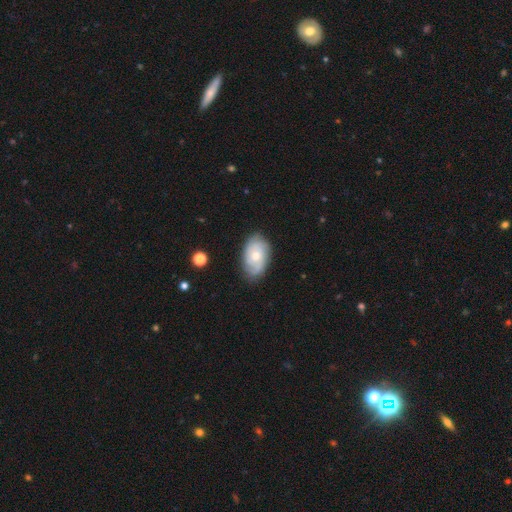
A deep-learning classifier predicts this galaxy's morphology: This is possibly a featured or disk galaxy (54%). It is clearly not viewed edge-on (94%). Bar: likely no (77%). Spiral arm pattern: clearly yes (81%). Central bulge: possibly moderate (59%). Merging: likely none (77%).